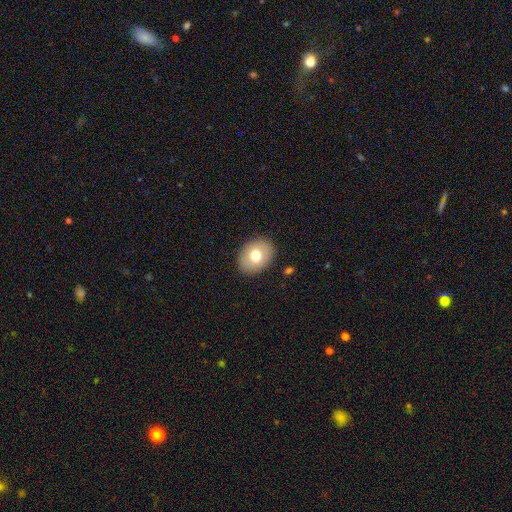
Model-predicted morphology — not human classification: Smooth or featured? Predicted: smooth (p=0.73). How rounded? Predicted: in between (p=0.63). Merging? Predicted: none (p=0.88).